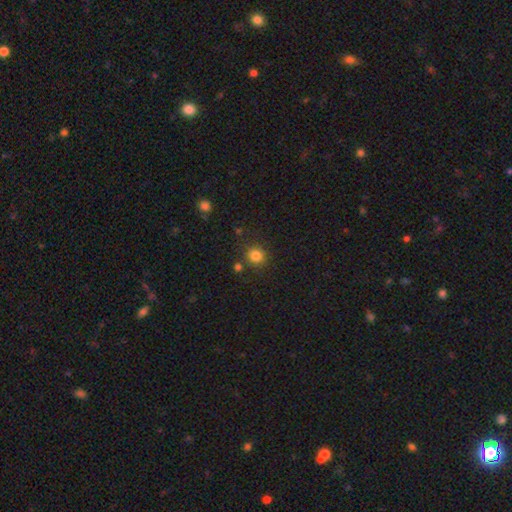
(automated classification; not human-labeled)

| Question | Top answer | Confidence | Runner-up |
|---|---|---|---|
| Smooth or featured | smooth | 82% | star or artifact (13%) |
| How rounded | round | 87% | in between (12%) |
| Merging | none | 83% | minor disturbance (8%) |